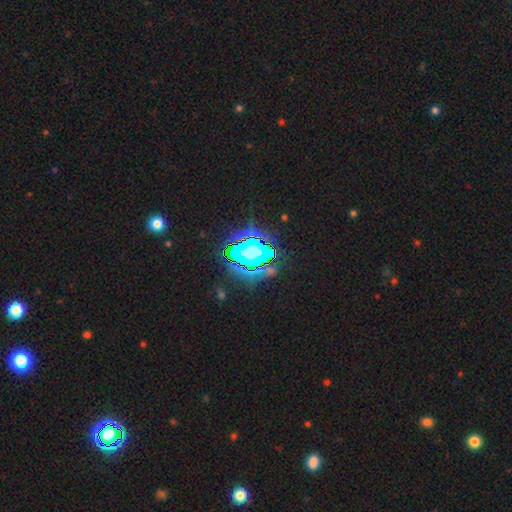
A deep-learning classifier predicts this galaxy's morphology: type=star or artifact (74%).